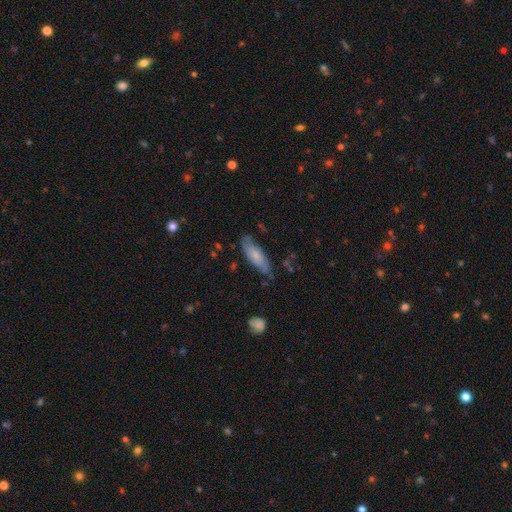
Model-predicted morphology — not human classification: Overall: smooth (55%; featured or disk 38%). How rounded: in between (62%; cigar-shaped 35%). Merging: none (68%).